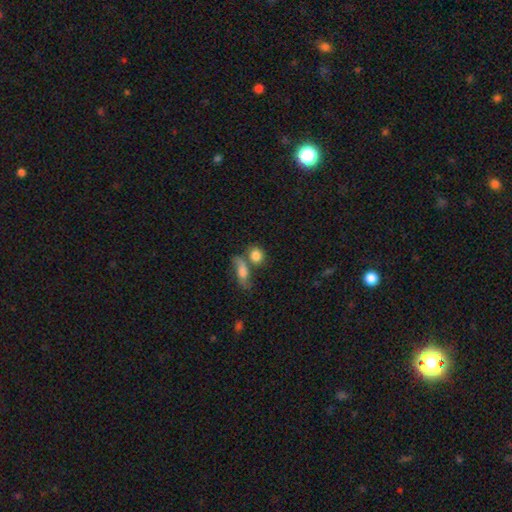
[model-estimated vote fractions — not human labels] A smooth galaxy with no disk features (81%) that is round (60%).

Vote fractions:
- Smooth or featured? smooth: 81% / featured or disk: 10% / star or artifact: 9%
- How rounded? round: 60% / in between: 35% / cigar-shaped: 5%
- Merging? none: 48% / merger: 34% / minor disturbance: 13% / major disturbance: 6%